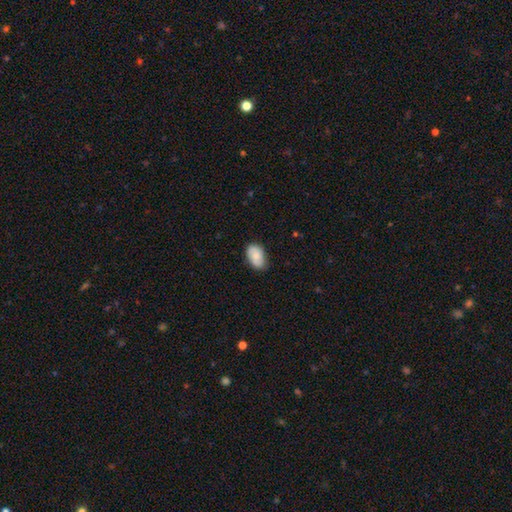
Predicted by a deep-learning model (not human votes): Smooth or featured? Predicted: smooth (p=0.76). How rounded? Predicted: in between (p=0.91). Merging? Predicted: none (p=0.78).